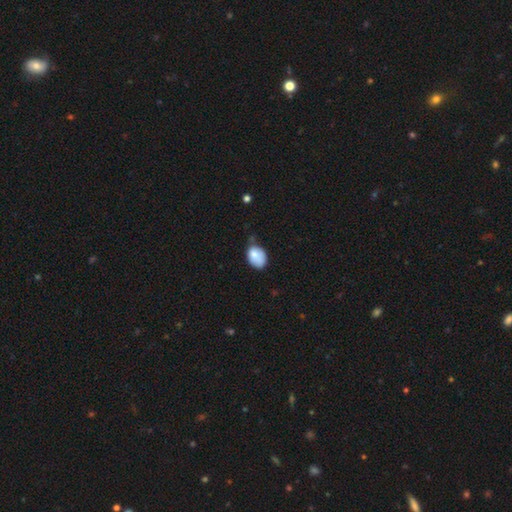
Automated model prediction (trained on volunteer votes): smooth_or_featured: smooth (p=0.81) [alt: featured or disk p=0.11]
how_rounded: in between (p=0.80) [alt: round p=0.19]
merging: none (p=0.44) [alt: minor disturbance p=0.40]